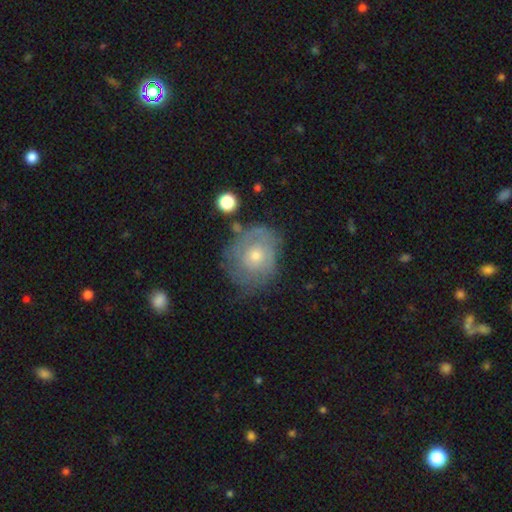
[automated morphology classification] smooth_or_featured: featured or disk (p=0.53) [alt: smooth p=0.39]
disk_edge_on: no (p=0.96) [alt: yes p=0.04]
bar: no (p=0.86) [alt: weak p=0.12]
has_spiral_arms: yes (p=0.60) [alt: no p=0.40]
bulge_size: small (p=0.48) [alt: moderate p=0.47]
merging: none (p=0.56) [alt: minor disturbance p=0.27]